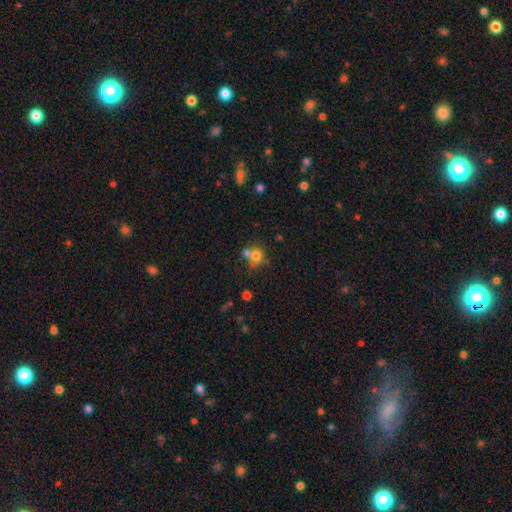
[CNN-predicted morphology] This appears to be a smooth galaxy with no disk features (73%) that is round (84%). Merging: none (46%).